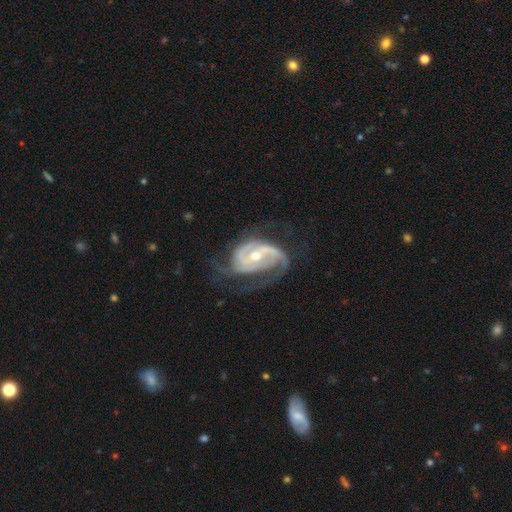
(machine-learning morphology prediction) smooth-or-featured: featured or disk: 91% | smooth: 5% | star or artifact: 4%
  disk-edge-on: no: 97% | yes: 3%
    bar: weak: 38% | no: 36% | strong: 26%
    has-spiral-arms: yes: 97% | no: 3%
      spiral-winding: medium: 45% | tight: 39% | loose: 17%
      spiral-arm-count: 2: 43% | 3: 29% | can't tell: 12% | 1: 7% | 4: 5% | more than 4: 4%
    bulge-size: moderate: 60% | small: 36% | large: 2% | none: 1% | dominant: 1%
  merging: none: 55% | major disturbance: 22% | minor disturbance: 21% | merger: 2%